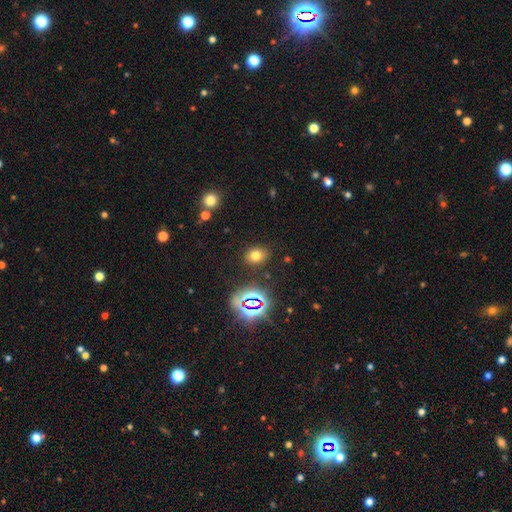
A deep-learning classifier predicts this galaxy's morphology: smooth-or-featured: smooth: 70% | star or artifact: 21% | featured or disk: 9%
  how-rounded: in between: 59% | round: 40% | cigar-shaped: 1%
  merging: none: 84% | minor disturbance: 10% | major disturbance: 3% | merger: 3%